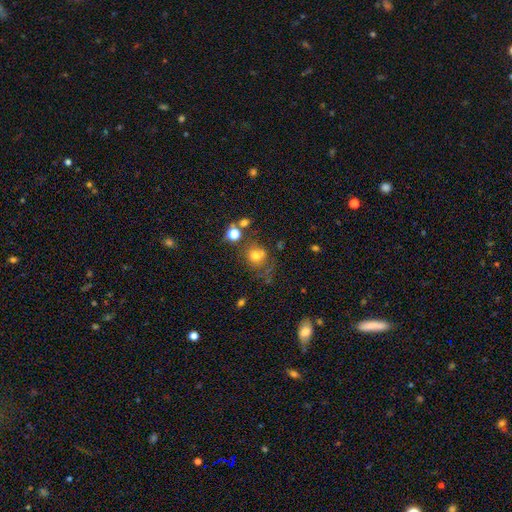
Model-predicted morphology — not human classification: A smooth galaxy with no disk features (70%) that is round (75%). Merging: none (50%).